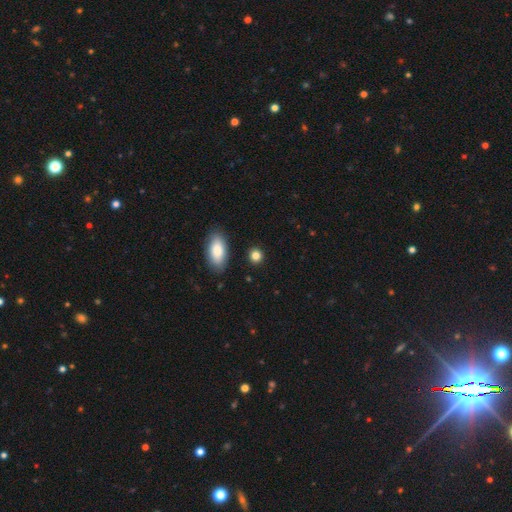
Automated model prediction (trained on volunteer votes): Smooth or featured? smooth (85%)
How rounded? round (73%)
Merging? none (87%)